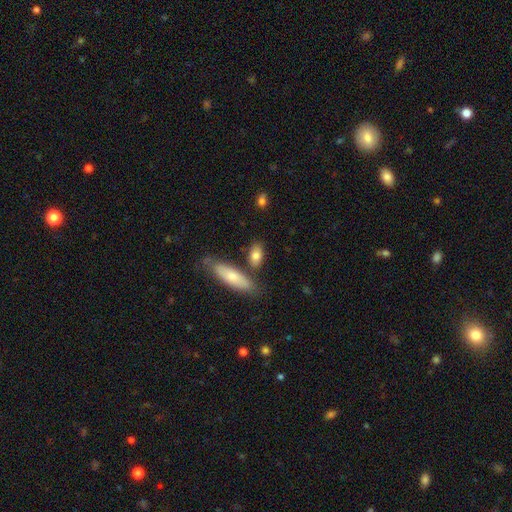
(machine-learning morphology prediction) type=smooth (78%); roundness=in between (79%); merging=none (67%).